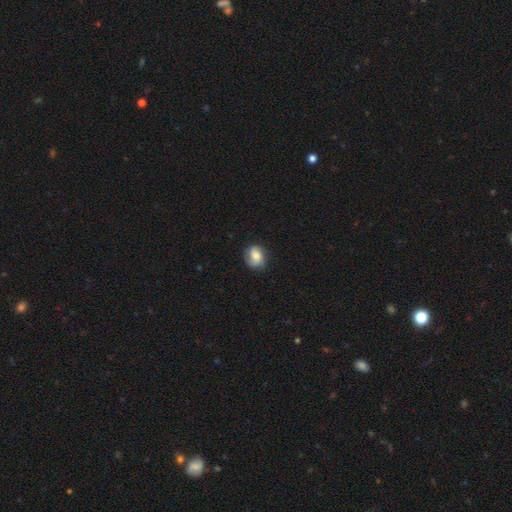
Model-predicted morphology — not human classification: smooth-or-featured: smooth: 58% | featured or disk: 34% | star or artifact: 8%
  how-rounded: round: 52% | in between: 47% | cigar-shaped: 1%
  merging: none: 73% | minor disturbance: 20% | major disturbance: 6% | merger: 1%